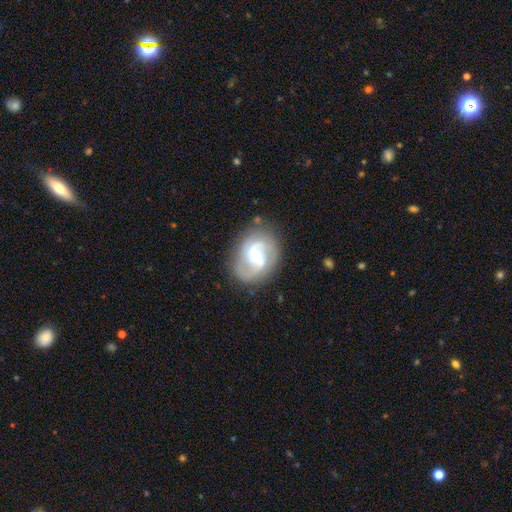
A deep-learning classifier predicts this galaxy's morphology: featured or disk 78%, smooth 15%, star or artifact 6%. Down the decision tree: edge-on disk — no (97%); bar — weak (48%); spiral arms — yes (90%); spiral arm count — 2 (83%); spiral winding — medium (45%); bulge size — small (52%); merging — none (74%).